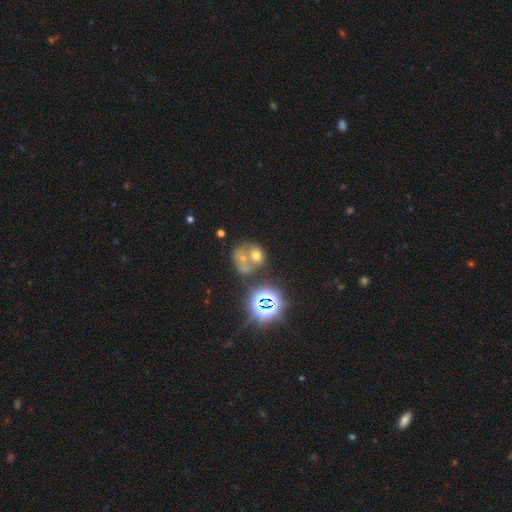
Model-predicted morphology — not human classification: Overall: smooth (48%; star or artifact 28%). Merging: merger (62%; none 24%).